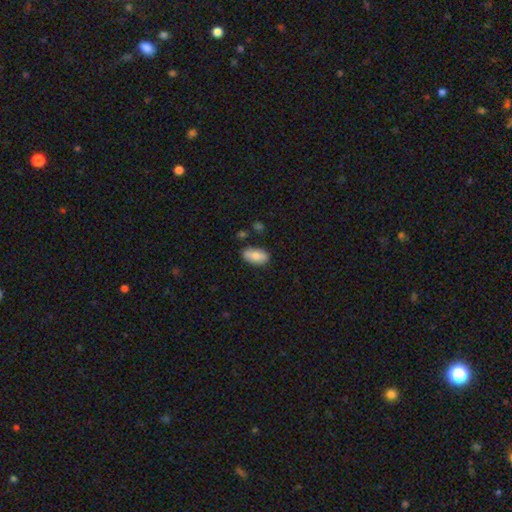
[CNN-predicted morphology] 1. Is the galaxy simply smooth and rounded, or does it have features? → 77% smooth, 16% featured or disk, 7% star or artifact.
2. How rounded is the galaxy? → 93% in between, 4% round, 3% cigar-shaped.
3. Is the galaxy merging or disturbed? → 81% none, 13% minor disturbance, 3% merger, 3% major disturbance.